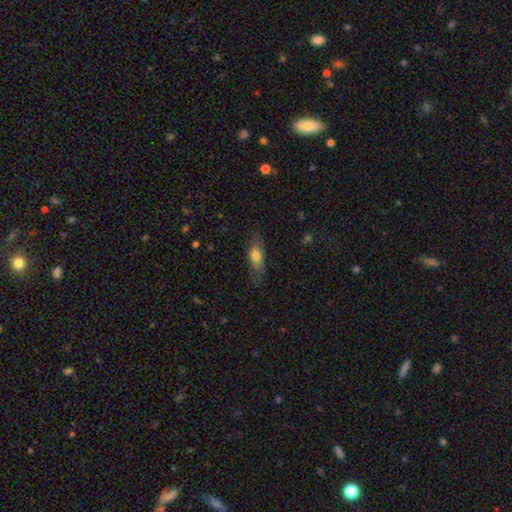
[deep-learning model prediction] Smooth or featured? Predicted: smooth (p=0.63). How rounded? Predicted: in between (p=0.68). Merging? Predicted: none (p=0.71).